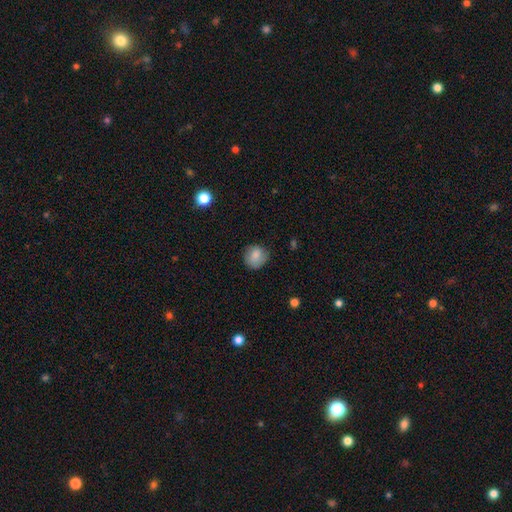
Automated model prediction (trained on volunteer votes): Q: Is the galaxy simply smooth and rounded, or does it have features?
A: smooth — 83%.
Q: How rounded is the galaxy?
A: round — 81%.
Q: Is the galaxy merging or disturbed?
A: none — 73%.